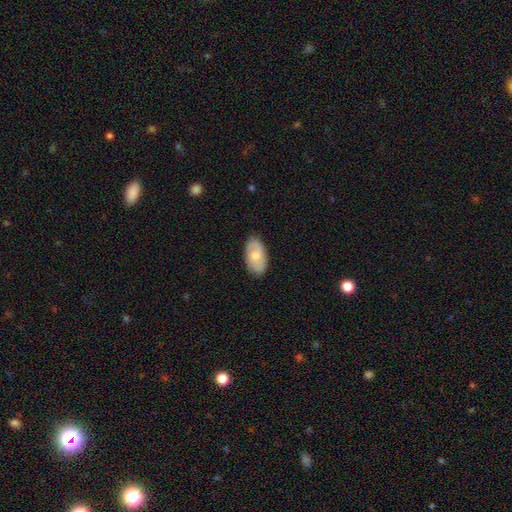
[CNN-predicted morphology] Smooth or featured: smooth — 63% (featured or disk — 30%)
How rounded: in between — 94% (round — 4%)
Merging: none — 83% (minor disturbance — 14%)